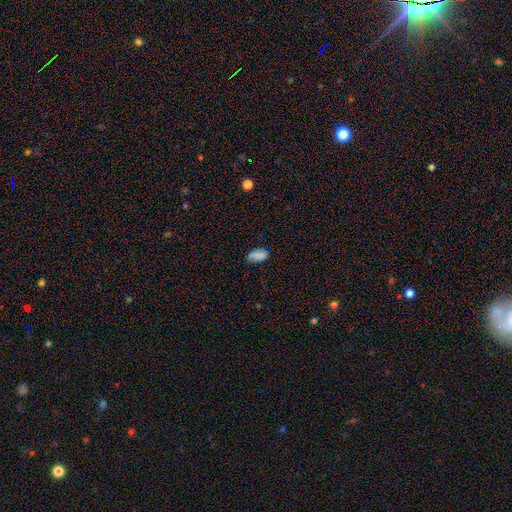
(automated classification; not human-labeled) Smooth or featured? Predicted: smooth (p=0.82). How rounded? Predicted: in between (p=0.92). Merging? Predicted: none (p=0.70).